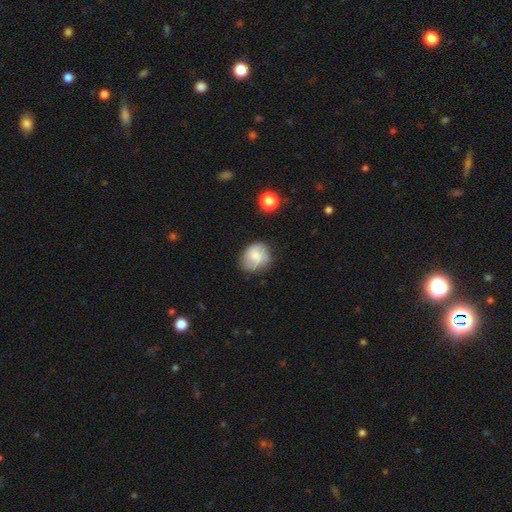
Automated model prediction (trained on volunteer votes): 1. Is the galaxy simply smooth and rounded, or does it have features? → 69% smooth, 23% featured or disk, 8% star or artifact.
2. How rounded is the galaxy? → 66% round, 33% in between, 1% cigar-shaped.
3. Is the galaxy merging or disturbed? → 70% none, 22% minor disturbance, 6% major disturbance, 2% merger.